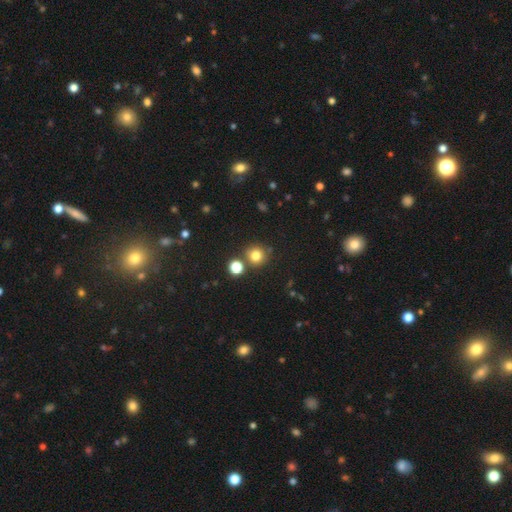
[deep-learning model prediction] This appears to be a smooth galaxy with no disk features (79%) that is round (92%). Merging: none (78%).